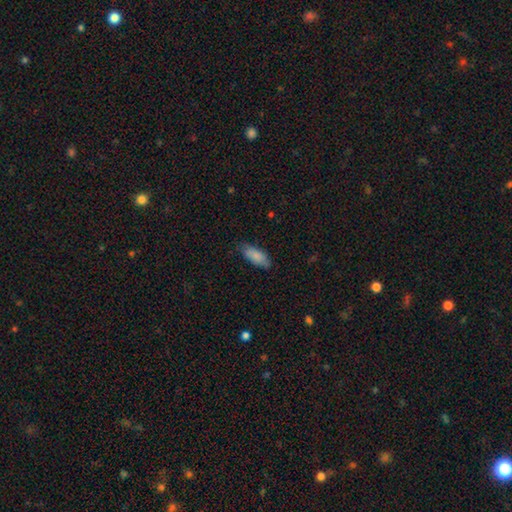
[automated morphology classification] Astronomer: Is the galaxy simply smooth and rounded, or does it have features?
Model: smooth — 84%.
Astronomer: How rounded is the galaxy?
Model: in between — 85%.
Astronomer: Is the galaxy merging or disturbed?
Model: none — 78%.